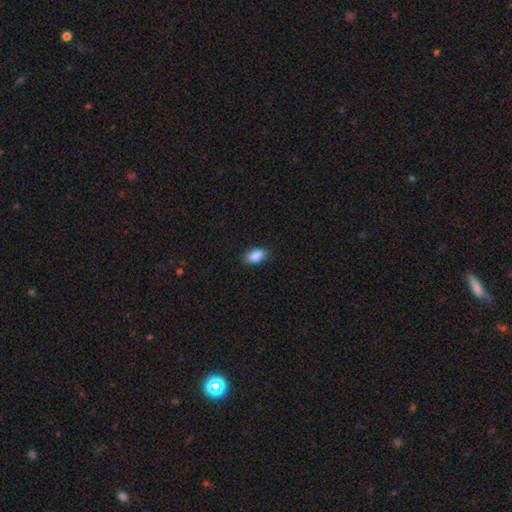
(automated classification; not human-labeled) This appears to be a smooth galaxy with no disk features (89%) that is in between round and cigar-shaped (92%). Merging: none (87%).